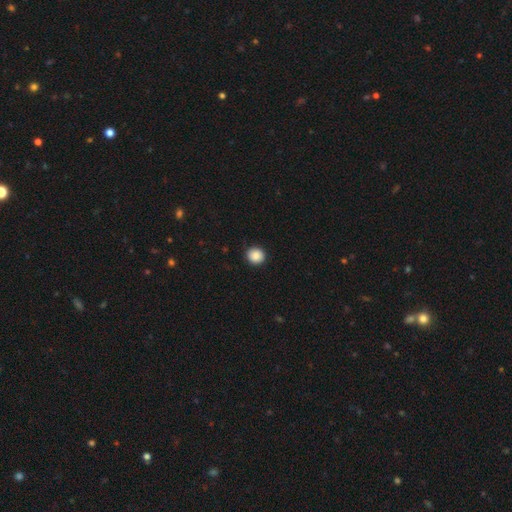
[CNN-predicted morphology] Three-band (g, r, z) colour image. It shows a smooth galaxy with no disk features (87%) that is round (92%). Merging: none (91%).